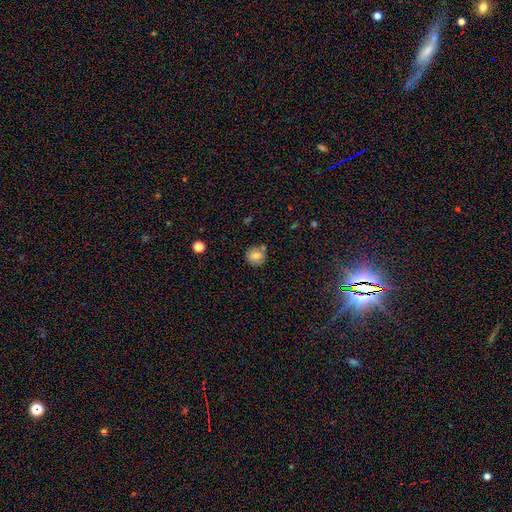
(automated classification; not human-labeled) smooth-or-featured: smooth: 80% | featured or disk: 10% | star or artifact: 10%
  how-rounded: round: 90% | in between: 9% | cigar-shaped: 1%
  merging: none: 76% | minor disturbance: 13% | merger: 8% | major disturbance: 3%